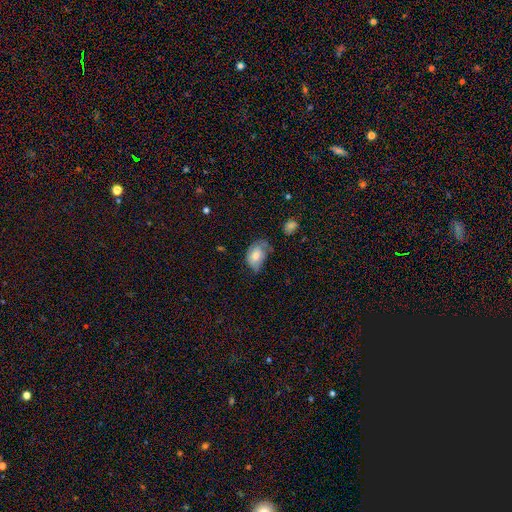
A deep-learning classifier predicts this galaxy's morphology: type=smooth (69%); roundness=in between (83%); merging=minor disturbance (41%).